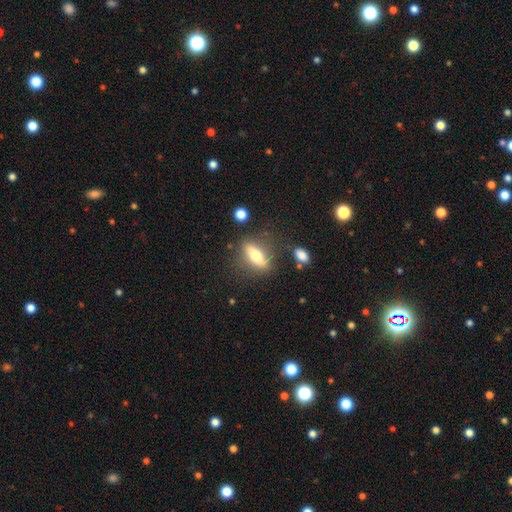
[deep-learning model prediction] Morphology: type=smooth (50%); merging=none (78%).